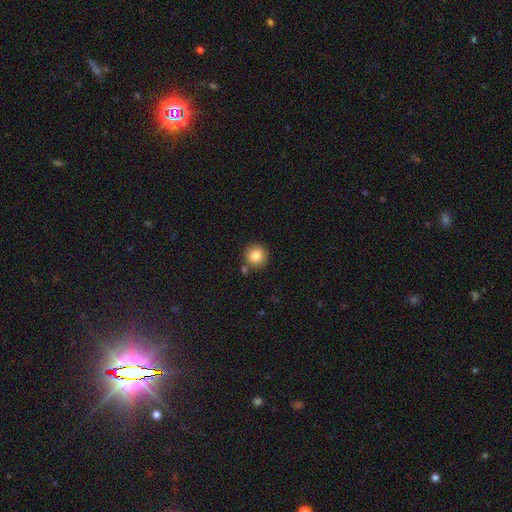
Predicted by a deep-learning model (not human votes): Smooth or featured: smooth — 83% (star or artifact — 10%)
How rounded: round — 93% (in between — 6%)
Merging: none — 80% (merger — 9%)